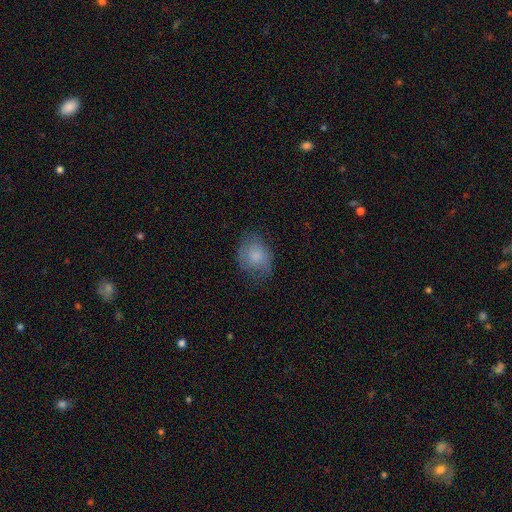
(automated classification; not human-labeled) A smooth galaxy with no disk features (75%) that is round (50%). Merging: none (61%).